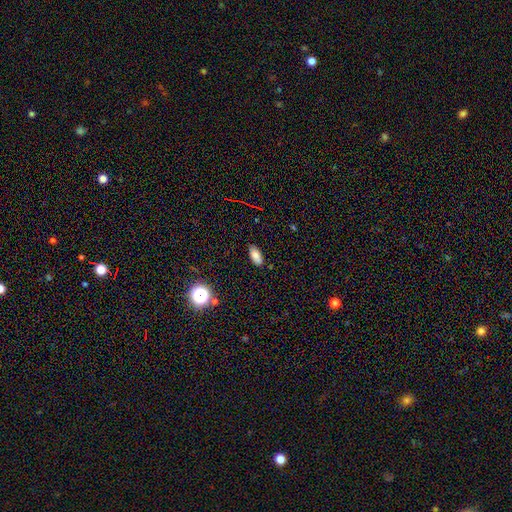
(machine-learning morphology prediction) This is clearly a smooth galaxy (80%). How rounded: clearly in between (87%). Merging: clearly none (85%).